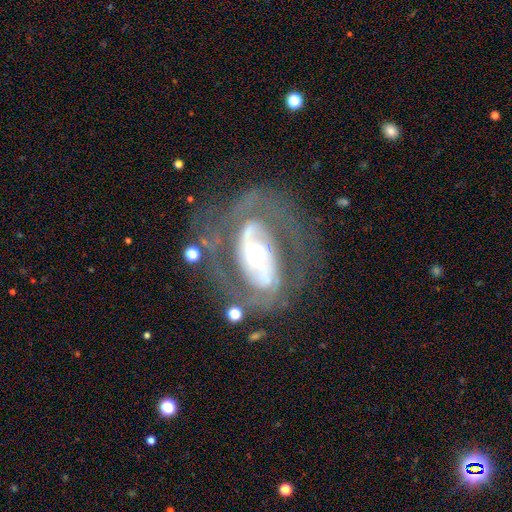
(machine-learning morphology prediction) A featured or disk galaxy (86%) with no bar (39%), 2 (77%) medium (45%) spiral arms (89%) and a moderate central bulge (60%).

Vote fractions:
- Smooth or featured? featured or disk: 86% / smooth: 8% / star or artifact: 5%
- Edge-on disk? no: 96% / yes: 4%
- Bar? no: 39% / strong: 31% / weak: 29%
- Spiral arms? yes: 89% / no: 11%
- Spiral winding? medium: 45% / tight: 36% / loose: 18%
- Spiral arm count? 2: 77% / can't tell: 10% / 3: 5% / 1: 4% / 4: 2% / more than 4: 2%
- Bulge size? moderate: 60% / large: 23% / small: 13% / dominant: 3% / none: 1%
- Merging? none: 63% / major disturbance: 17% / minor disturbance: 16% / merger: 3%